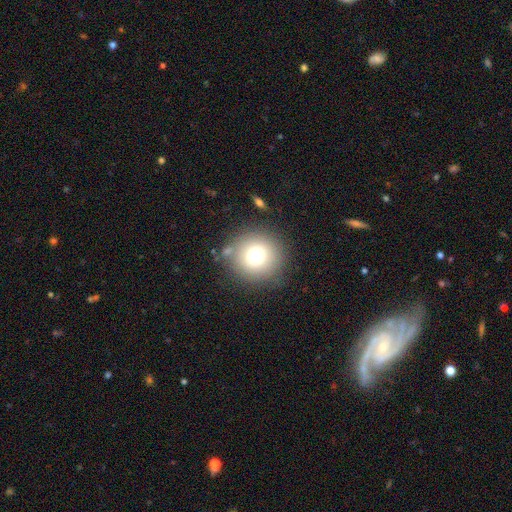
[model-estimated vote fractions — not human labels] Morphology: type=smooth (72%); roundness=round (95%); merging=none (82%).